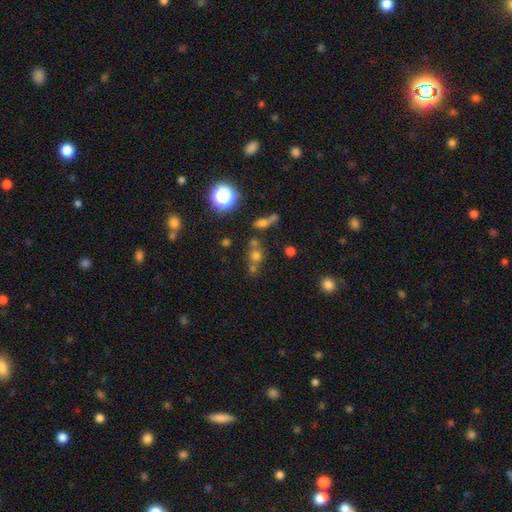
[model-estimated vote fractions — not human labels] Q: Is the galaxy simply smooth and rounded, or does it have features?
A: smooth — 57%.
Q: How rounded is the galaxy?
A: round — 74%.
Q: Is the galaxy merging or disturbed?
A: none — 53%.